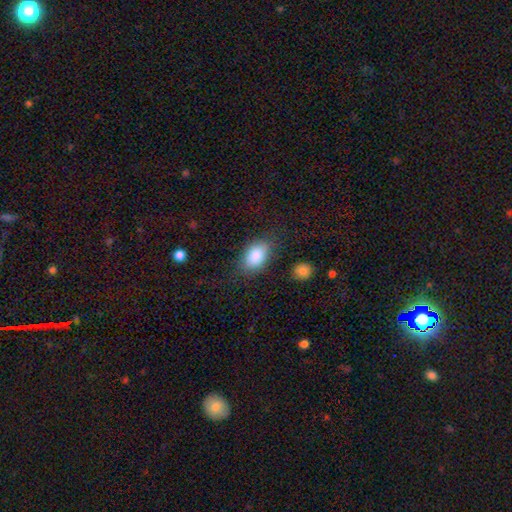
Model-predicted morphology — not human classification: The model was most divided on "merging": none: 75%, minor disturbance: 16%, major disturbance: 6%, merger: 3%. More confident: how rounded — in between (88%); smooth or featured — smooth (85%).